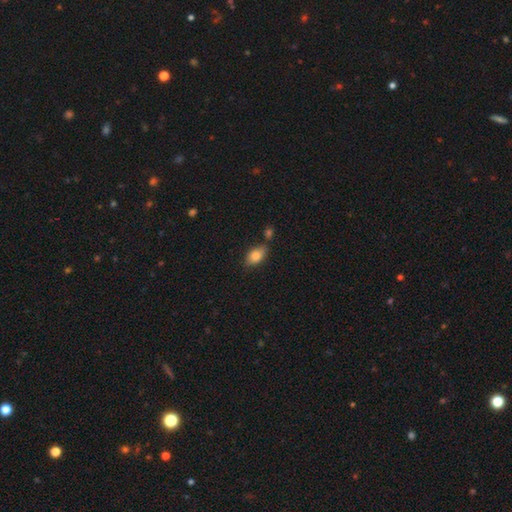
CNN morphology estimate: Smooth or featured? Predicted: smooth (p=0.82). How rounded? Predicted: in between (p=0.88). Merging? Predicted: none (p=0.70).